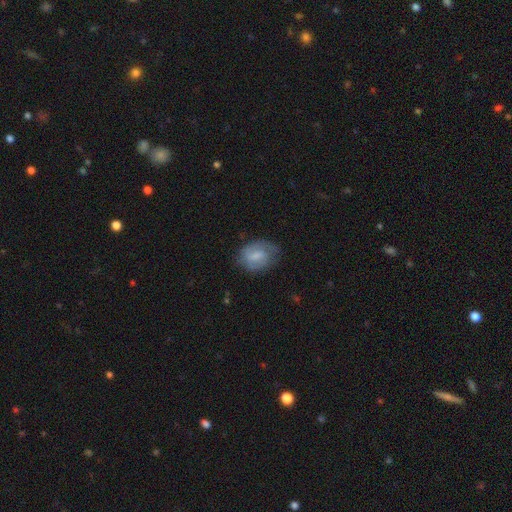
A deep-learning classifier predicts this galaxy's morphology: Smooth or featured? Predicted: featured or disk (p=0.50). Merging? Predicted: none (p=0.63).